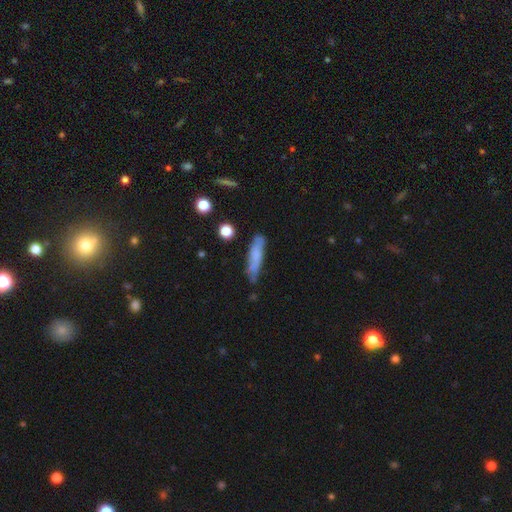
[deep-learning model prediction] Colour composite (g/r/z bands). It shows a smooth galaxy with no disk features (67%) that is cigar-shaped (79%). Merging: none (69%).